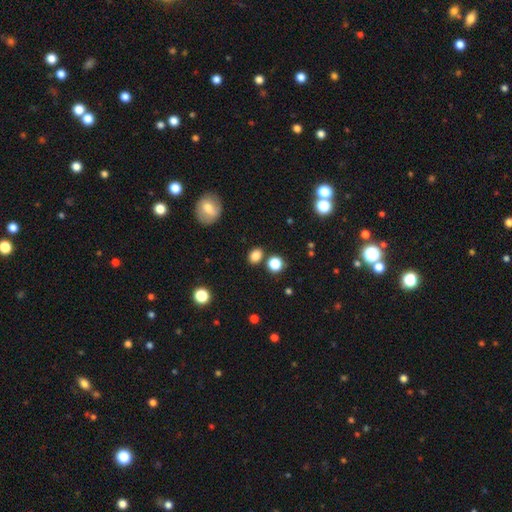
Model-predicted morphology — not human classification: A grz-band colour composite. It shows a smooth galaxy with no disk features (83%) that is in between round and cigar-shaped (55%). Merging: none (80%).